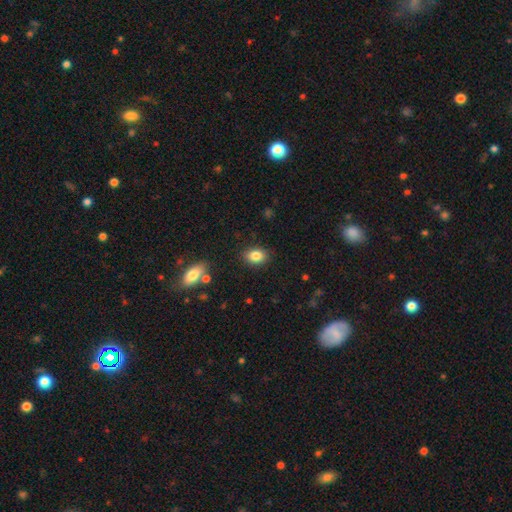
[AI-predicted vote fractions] Morphology: type=smooth (84%); roundness=in between (75%); merging=none (87%).